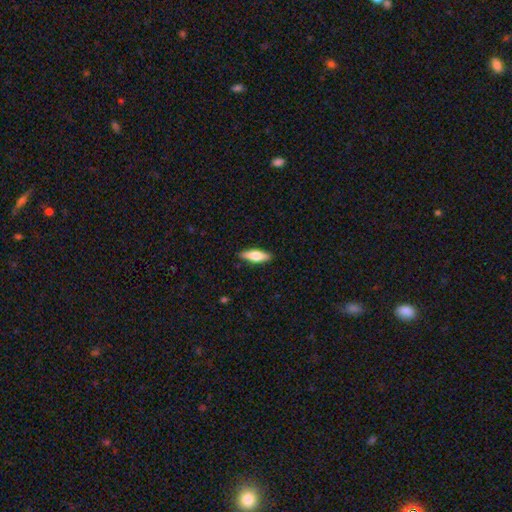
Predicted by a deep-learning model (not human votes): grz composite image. It shows a smooth galaxy with no disk features (58%) that is in between round and cigar-shaped (49%, tied with cigar-shaped). Merging: none (89%).